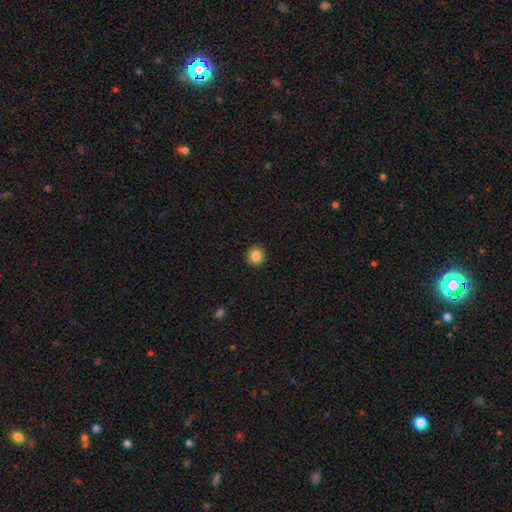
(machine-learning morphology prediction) This appears to be a smooth galaxy with no disk features (84%) that is round (95%). Merging: none (93%).